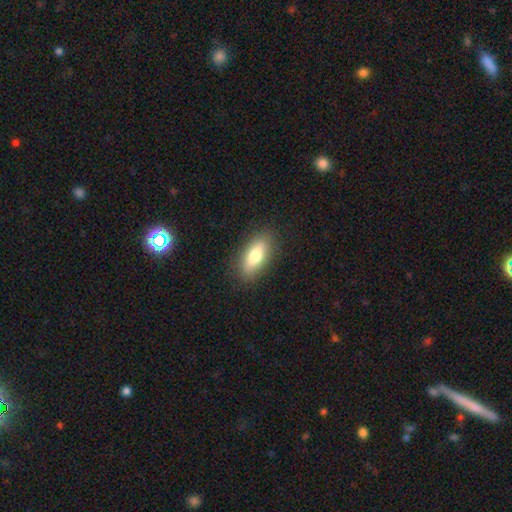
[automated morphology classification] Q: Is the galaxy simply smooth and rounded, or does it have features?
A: smooth — 71%.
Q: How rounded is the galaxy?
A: in between — 73%.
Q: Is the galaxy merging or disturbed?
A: none — 87%.